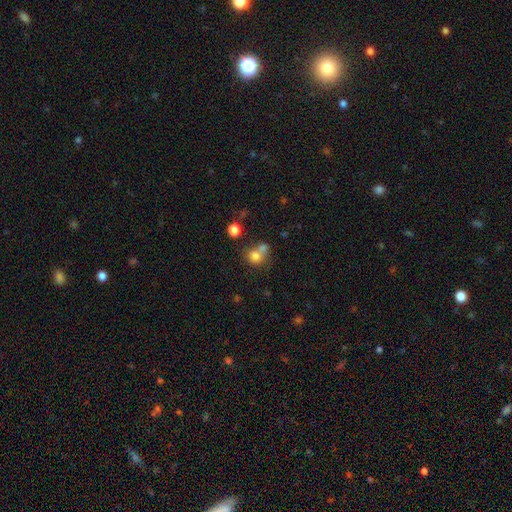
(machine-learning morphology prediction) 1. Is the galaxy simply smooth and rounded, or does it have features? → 76% smooth, 13% star or artifact, 11% featured or disk.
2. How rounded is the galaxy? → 76% round, 23% in between, 1% cigar-shaped.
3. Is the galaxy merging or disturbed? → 45% merger, 40% none, 10% minor disturbance, 5% major disturbance.